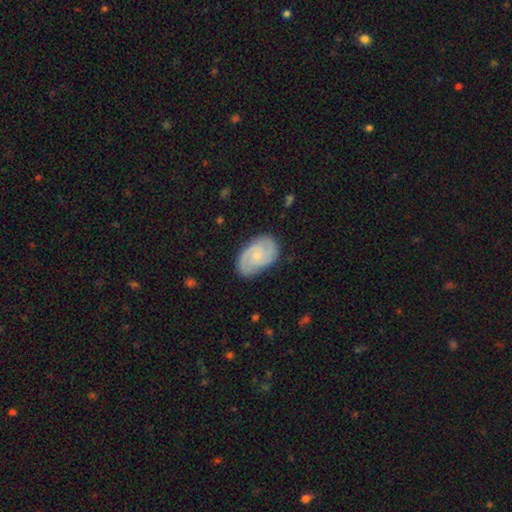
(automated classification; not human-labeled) Smooth or featured: featured or disk — 74% (smooth — 21%)
Edge-on disk: no — 97% (yes — 3%)
Bar: no — 68% (weak — 28%)
Spiral arms: yes — 94% (no — 6%)
Spiral winding: tight — 44% (tied with medium — 44%)
Spiral arm count: 2 — 64% (can't tell — 14%)
Bulge size: small — 71% (moderate — 23%)
Merging: none — 79% (minor disturbance — 16%)